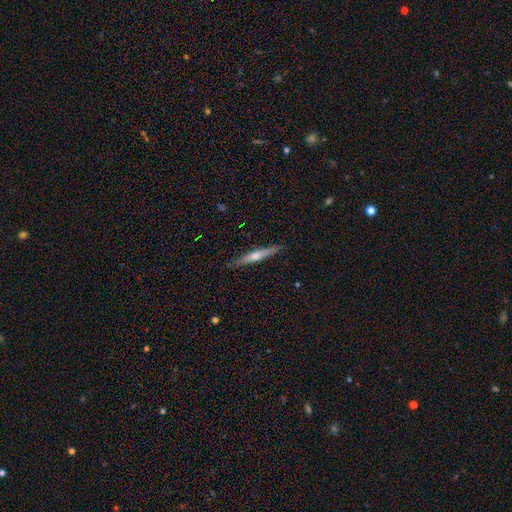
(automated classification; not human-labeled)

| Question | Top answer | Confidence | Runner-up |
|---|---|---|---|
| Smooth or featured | featured or disk | 58% | smooth (36%) |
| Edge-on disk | yes | 96% | no (4%) |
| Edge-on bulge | rounded | 73% | none (21%) |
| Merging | none | 88% | minor disturbance (9%) |